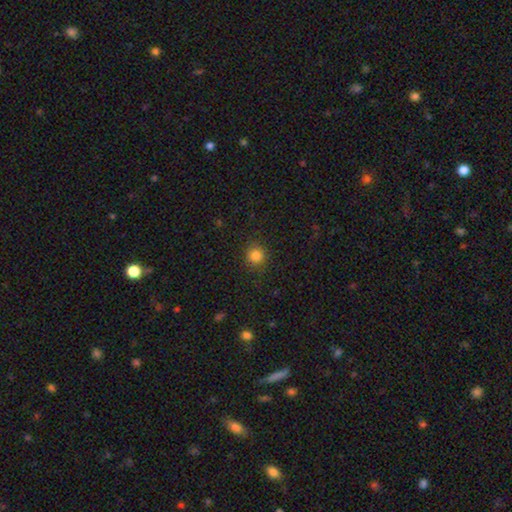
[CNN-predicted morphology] type=smooth (83%); roundness=round (91%); merging=none (89%).